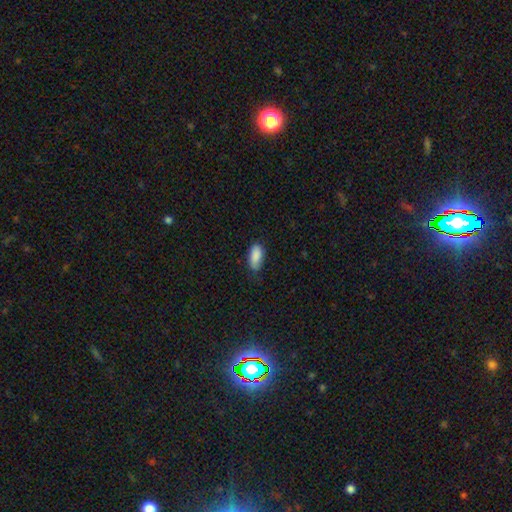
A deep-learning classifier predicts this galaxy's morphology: This appears to be a smooth galaxy with no disk features (88%) that is in between round and cigar-shaped (91%). Merging: none (68%).